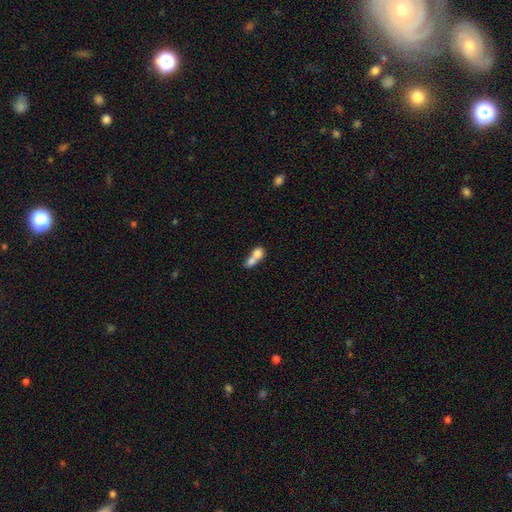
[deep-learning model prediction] Morphology: type=smooth (72%); roundness=in between (53%); merging=merger (76%).